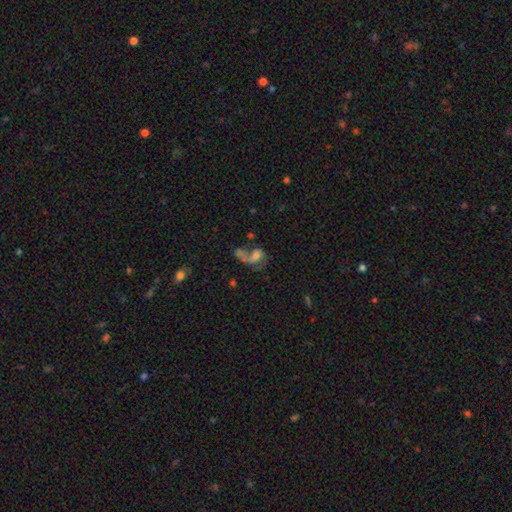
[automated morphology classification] This is marginally a smooth galaxy (44%). Merging: possibly merger (48%).